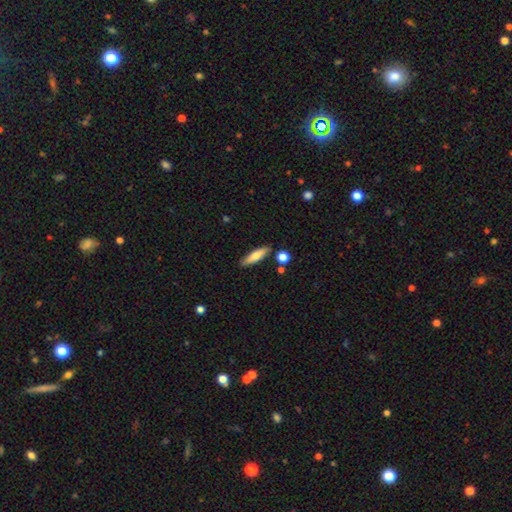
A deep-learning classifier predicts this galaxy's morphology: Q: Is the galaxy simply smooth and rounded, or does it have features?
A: smooth — 68%.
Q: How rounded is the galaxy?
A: cigar-shaped — 68%.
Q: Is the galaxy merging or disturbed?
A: none — 83%.